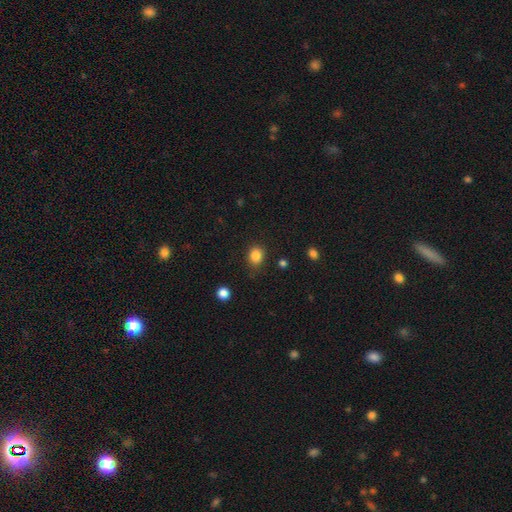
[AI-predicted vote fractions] The model was most divided on "how rounded": round: 62%, in between: 37%, cigar-shaped: 1%. More confident: smooth or featured — smooth (85%); merging — none (81%).